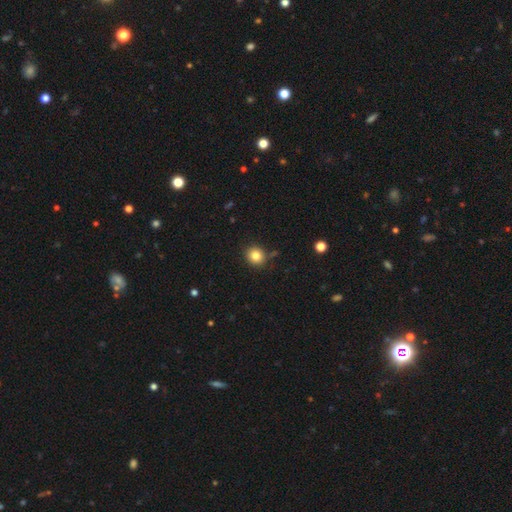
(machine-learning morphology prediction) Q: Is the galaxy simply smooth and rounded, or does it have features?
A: smooth — 83%.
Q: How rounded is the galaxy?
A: round — 85%.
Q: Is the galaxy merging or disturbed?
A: none — 85%.